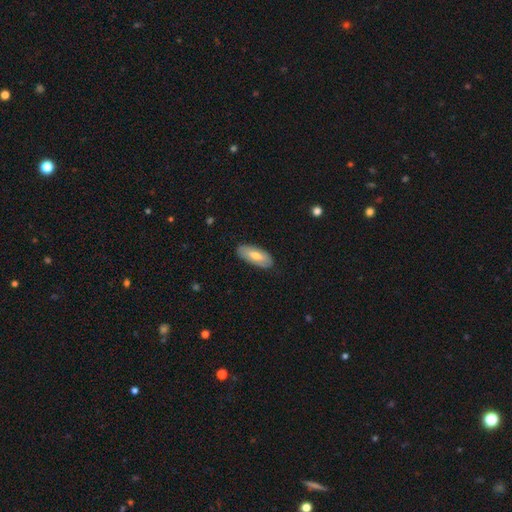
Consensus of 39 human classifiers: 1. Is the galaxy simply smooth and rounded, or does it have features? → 64% smooth, 33% featured or disk, 3% star or artifact.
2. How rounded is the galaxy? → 84% in between, 12% cigar-shaped, 4% round.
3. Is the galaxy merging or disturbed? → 95% none, 3% minor disturbance, 3% merger, 0% major disturbance.